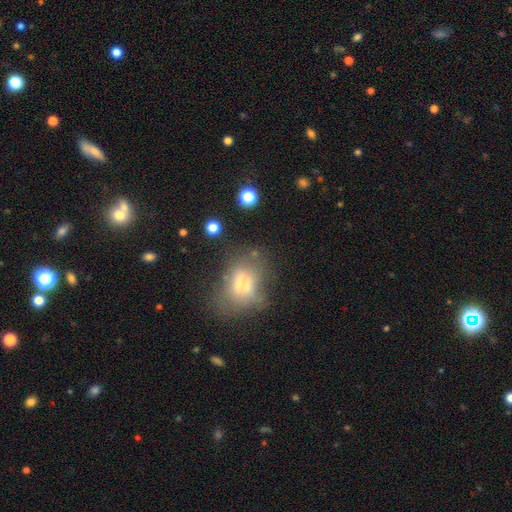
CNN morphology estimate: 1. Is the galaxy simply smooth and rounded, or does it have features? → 60% smooth, 22% featured or disk, 19% star or artifact.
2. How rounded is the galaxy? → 61% in between, 37% round, 2% cigar-shaped.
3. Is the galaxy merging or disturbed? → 53% none, 26% minor disturbance, 16% major disturbance, 6% merger.